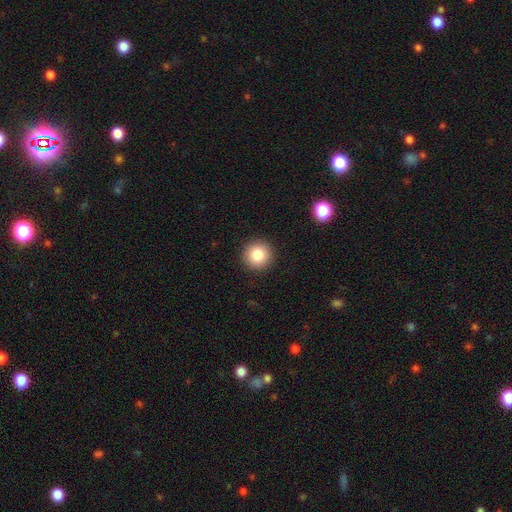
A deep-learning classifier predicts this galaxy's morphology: smooth-or-featured: smooth: 85% | star or artifact: 9% | featured or disk: 5%
  how-rounded: round: 95% | in between: 4% | cigar-shaped: 1%
  merging: none: 92% | minor disturbance: 5% | major disturbance: 2% | merger: 1%